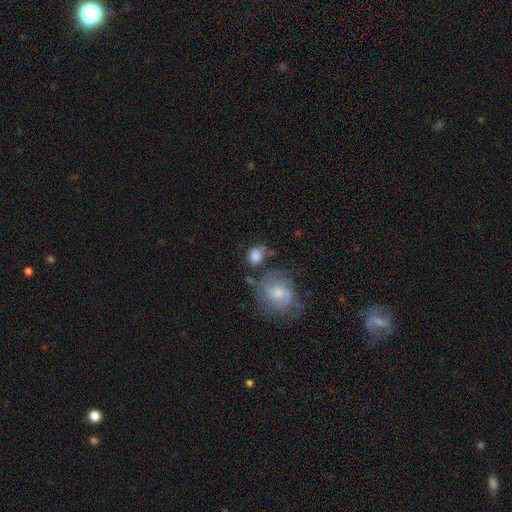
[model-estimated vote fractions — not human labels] This is likely a smooth galaxy (78%). How rounded: likely round (61%). Merging: possibly none (54%).